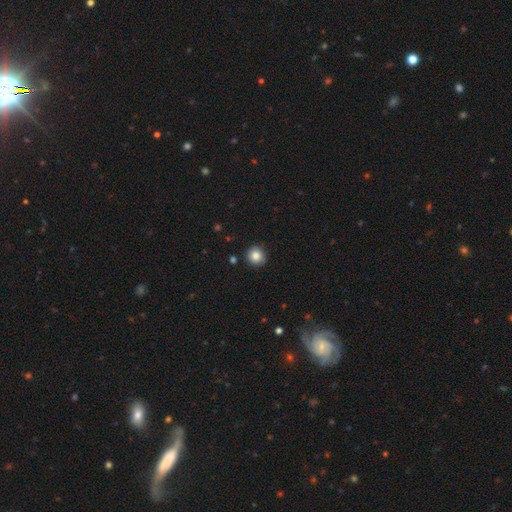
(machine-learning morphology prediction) This is clearly a smooth galaxy (85%). How rounded: clearly round (92%). Merging: clearly none (89%).